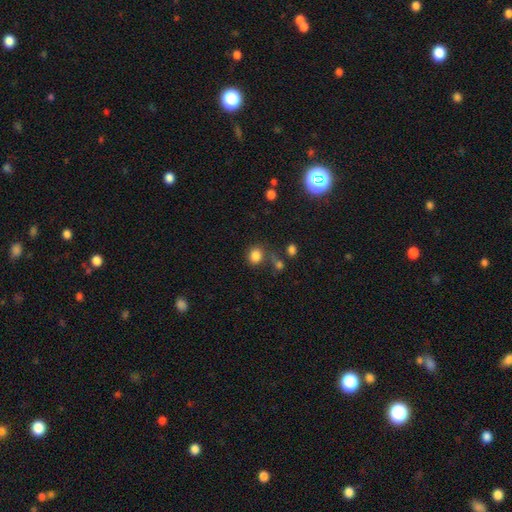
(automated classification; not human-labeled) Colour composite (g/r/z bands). It shows a smooth galaxy with no disk features (83%) that is round (68%). Merging: none (68%).